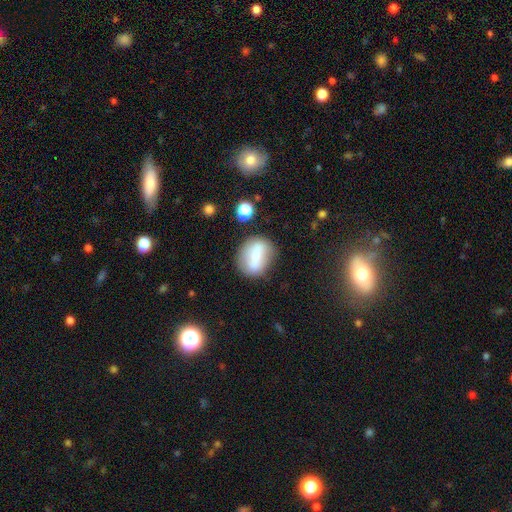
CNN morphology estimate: smooth-or-featured: smooth: 57% | featured or disk: 33% | star or artifact: 10%
  how-rounded: in between: 50% | round: 44% | cigar-shaped: 7%
  merging: none: 71% | minor disturbance: 17% | major disturbance: 7% | merger: 5%